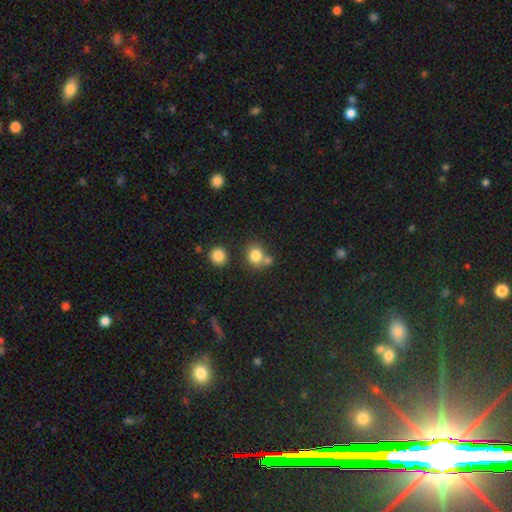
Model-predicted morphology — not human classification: Q: Smooth or featured?
A: smooth (81%); runner-up: star or artifact (11%)
Q: How rounded?
A: round (73%); runner-up: in between (26%)
Q: Merging?
A: none (57%); runner-up: merger (29%)